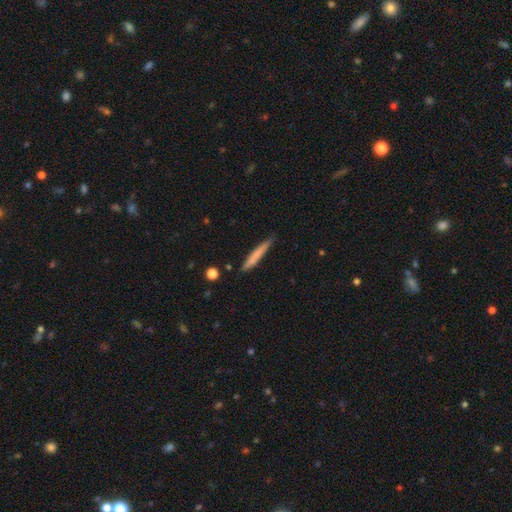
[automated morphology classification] Smooth or featured? Predicted: smooth (p=0.72). How rounded? Predicted: cigar-shaped (p=0.95). Merging? Predicted: none (p=0.83).